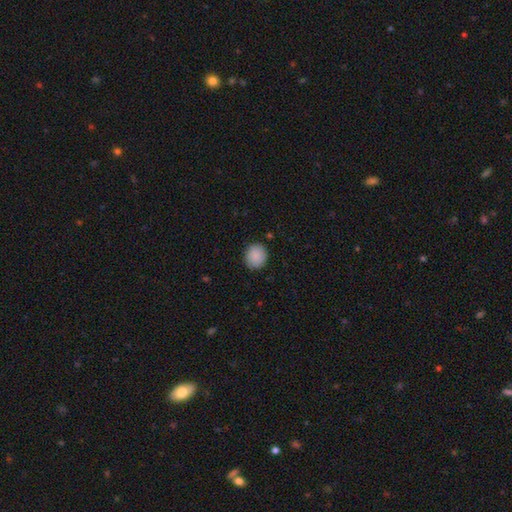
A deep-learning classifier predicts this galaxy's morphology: type=smooth (89%); roundness=round (78%); merging=none (88%).